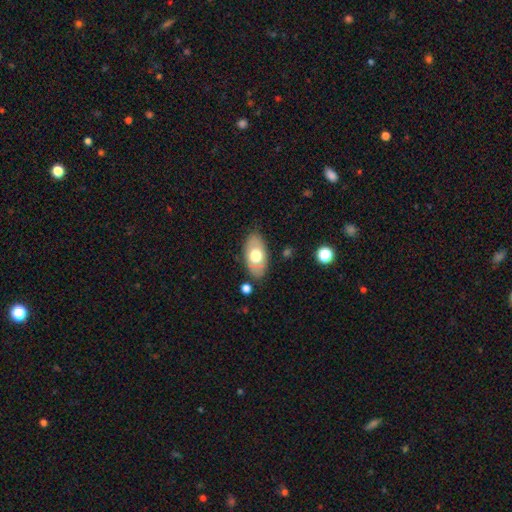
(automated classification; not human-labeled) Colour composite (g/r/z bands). It shows a smooth galaxy with no disk features (62%) that is in between round and cigar-shaped (92%). Merging: none (80%).